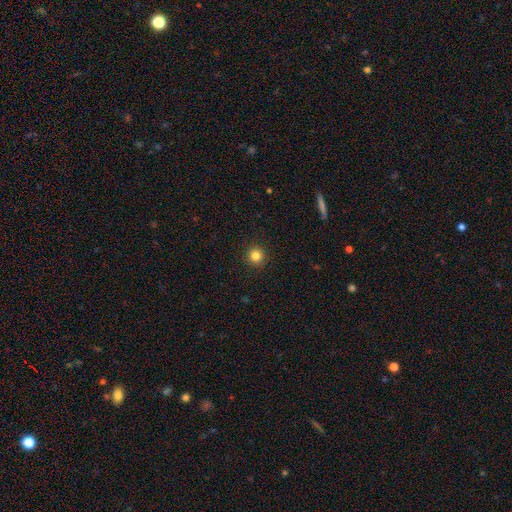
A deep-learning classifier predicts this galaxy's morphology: Smooth or featured?
  - smooth: 83% *
  - star or artifact: 12%
  - featured or disk: 5%
How rounded?
  - round: 95% *
  - in between: 4%
  - cigar-shaped: 1%
Merging?
  - none: 93% *
  - minor disturbance: 5%
  - major disturbance: 2%
  - merger: 1%